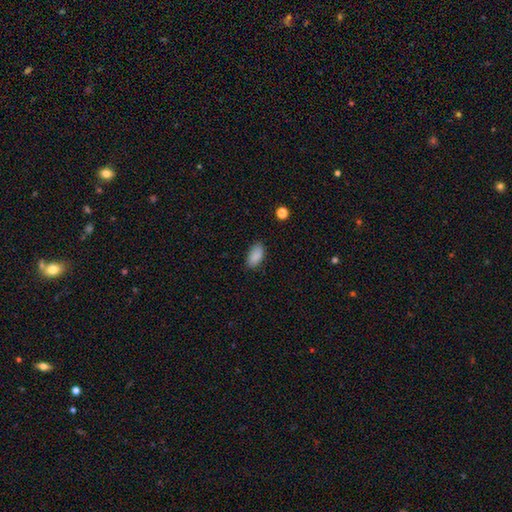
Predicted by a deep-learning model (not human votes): smooth-or-featured: smooth: 88% | star or artifact: 8% | featured or disk: 4%
  how-rounded: in between: 91% | cigar-shaped: 5% | round: 3%
  merging: none: 81% | minor disturbance: 14% | major disturbance: 3% | merger: 1%